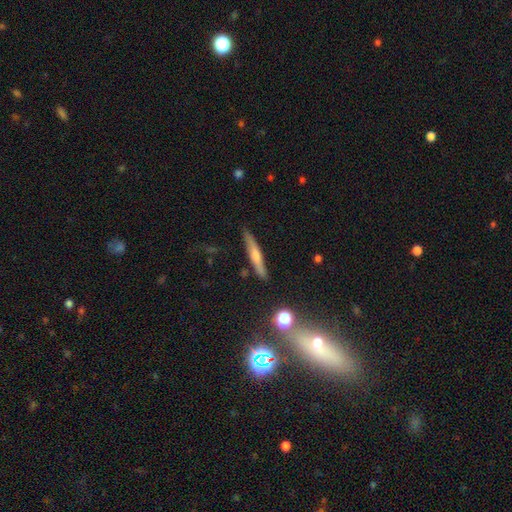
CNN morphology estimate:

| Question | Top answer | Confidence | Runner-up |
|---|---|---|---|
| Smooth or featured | smooth | 48% | featured or disk (43%) |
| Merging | none | 85% | minor disturbance (11%) |